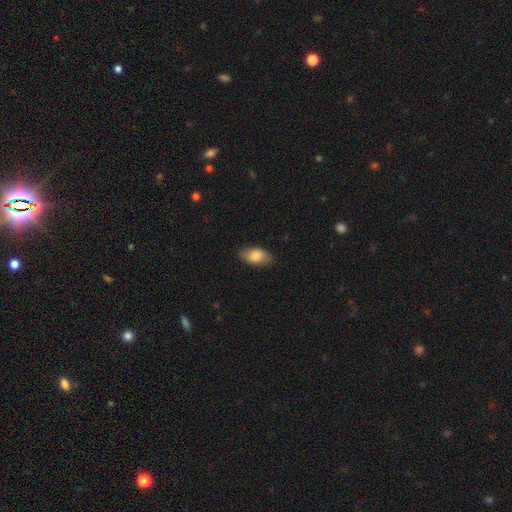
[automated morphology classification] This is clearly a smooth galaxy (83%). How rounded: clearly in between (92%). Merging: clearly none (82%).